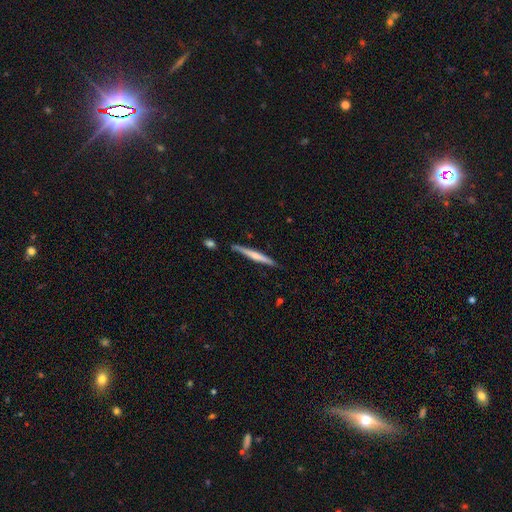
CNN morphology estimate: Smooth or featured: featured or disk — 49% (smooth — 45%)
Merging: none — 85% (minor disturbance — 11%)